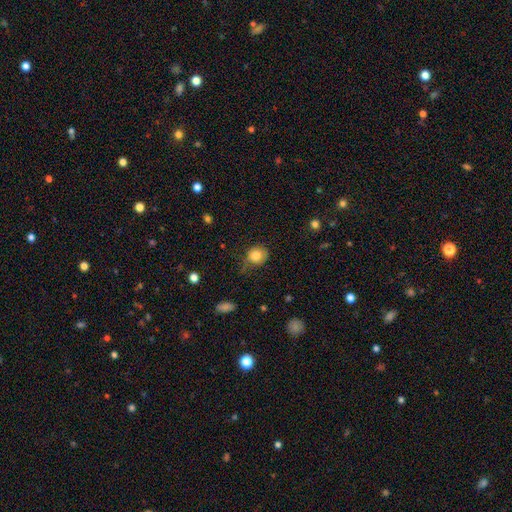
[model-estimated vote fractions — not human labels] This appears to be a smooth galaxy with no disk features (82%) that is round (76%). Merging: none (57%).